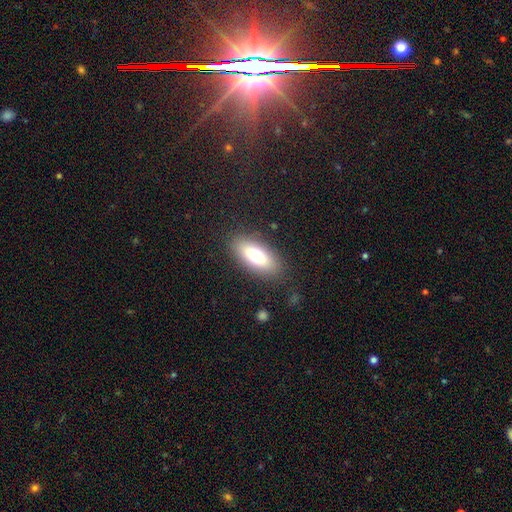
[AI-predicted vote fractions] This is likely a smooth galaxy (73%). How rounded: clearly in between (80%). Merging: clearly none (85%).